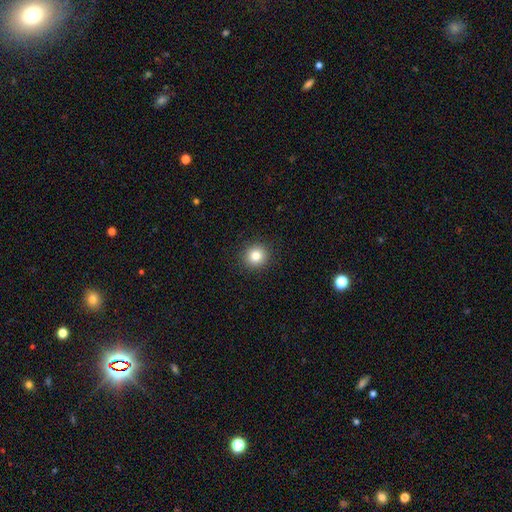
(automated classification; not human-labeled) Smooth or featured? Predicted: smooth (p=0.82). How rounded? Predicted: round (p=0.90). Merging? Predicted: none (p=0.92).